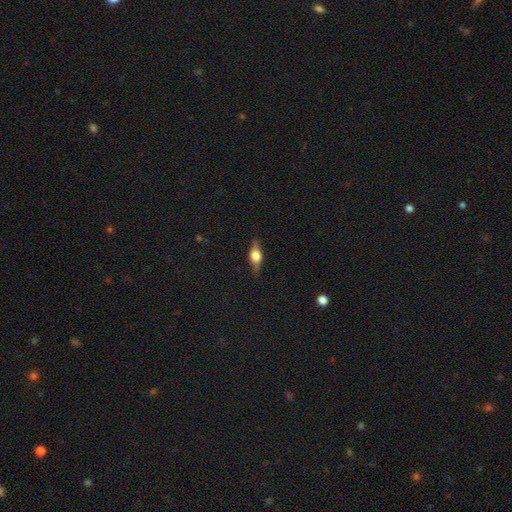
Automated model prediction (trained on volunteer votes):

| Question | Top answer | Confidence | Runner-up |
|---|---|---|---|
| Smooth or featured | featured or disk | 57% | smooth (34%) |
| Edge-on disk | yes | 94% | no (6%) |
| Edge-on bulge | rounded | 92% | boxy (6%) |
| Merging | none | 84% | minor disturbance (12%) |